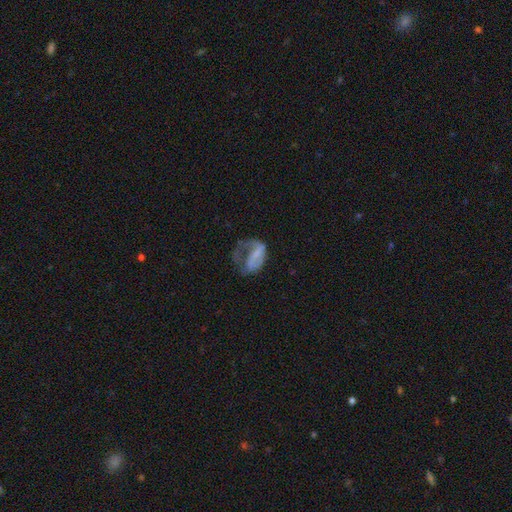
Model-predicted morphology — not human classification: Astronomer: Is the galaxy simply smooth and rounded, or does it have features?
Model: featured or disk — 56% (runner-up: smooth, 34%).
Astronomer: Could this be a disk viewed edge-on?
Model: no — 97%.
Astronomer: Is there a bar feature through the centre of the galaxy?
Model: no — 53% (runner-up: weak, 31%).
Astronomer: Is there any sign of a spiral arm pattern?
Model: yes — 54% (runner-up: no, 46%).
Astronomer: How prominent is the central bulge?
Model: none — 59%.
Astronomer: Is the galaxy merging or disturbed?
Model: major disturbance — 55%.